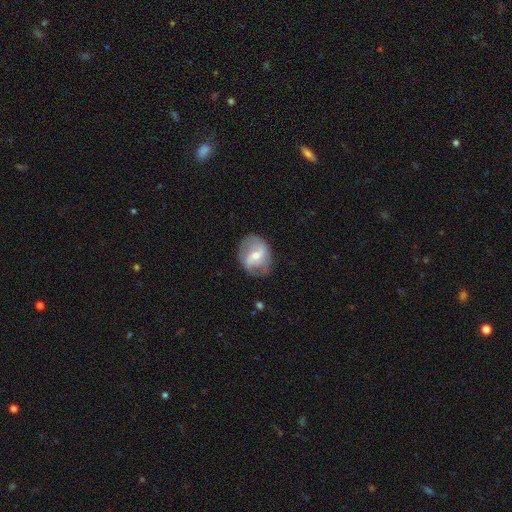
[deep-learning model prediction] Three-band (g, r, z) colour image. It shows a featured or disk galaxy (67%) with a weak bar (46%), 2 (78%) loose (40%, tied with medium) spiral arms (79%) and a moderate central bulge (54%). Merging: none (74%).